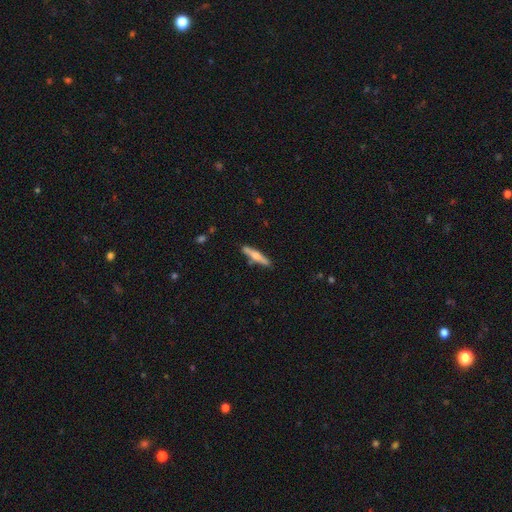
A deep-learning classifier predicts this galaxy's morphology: Q: Smooth or featured?
A: featured or disk (51%); runner-up: smooth (43%)
Q: Edge-on disk?
A: yes (95%); runner-up: no (5%)
Q: Merging?
A: none (85%); runner-up: minor disturbance (10%)